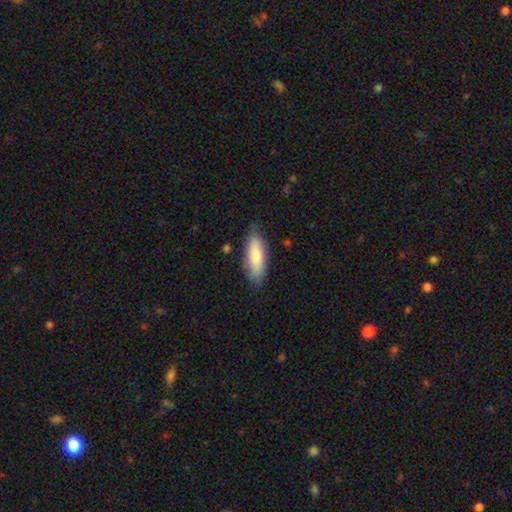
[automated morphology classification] A smooth galaxy with no disk features (82%) that is in between round and cigar-shaped (64%).

Vote fractions:
- Smooth or featured? smooth: 82% / featured or disk: 13% / star or artifact: 6%
- How rounded? in between: 64% / cigar-shaped: 35% / round: 2%
- Merging? none: 80% / minor disturbance: 15% / major disturbance: 3% / merger: 1%